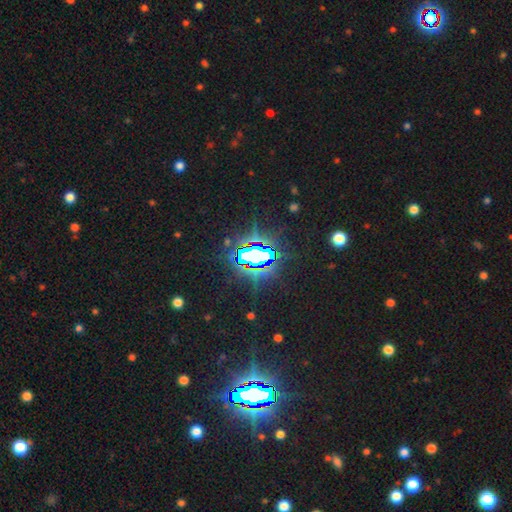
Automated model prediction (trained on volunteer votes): This appears to be a star or artifact, not a galaxy (80%).